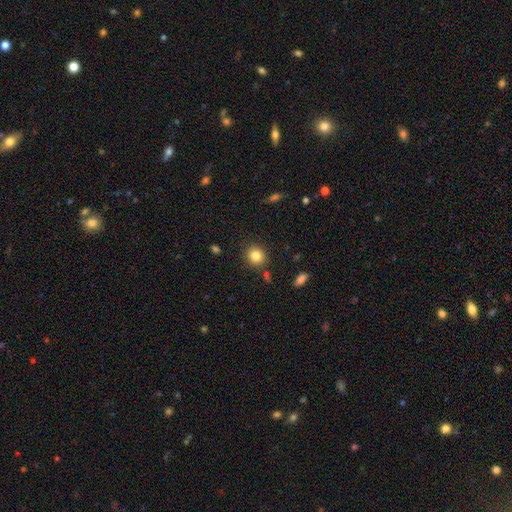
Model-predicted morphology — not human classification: smooth_or_featured: smooth (p=0.83) [alt: star or artifact p=0.10]
how_rounded: round (p=0.85) [alt: in between p=0.14]
merging: none (p=0.87) [alt: minor disturbance p=0.08]